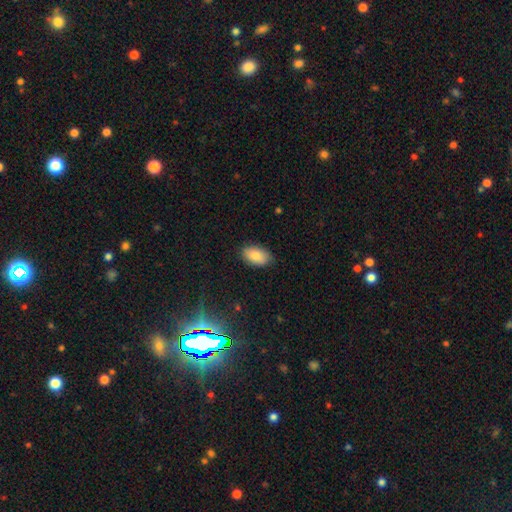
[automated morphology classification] type=smooth (86%); roundness=in between (94%); merging=none (86%).